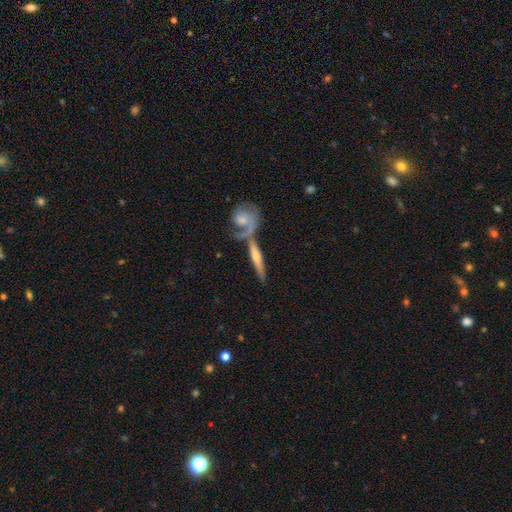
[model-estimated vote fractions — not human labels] This is likely a featured or disk galaxy (67%). It is clearly viewed edge-on (88%). Edge-on bulge: likely rounded (73%). Merging: possibly none (59%).